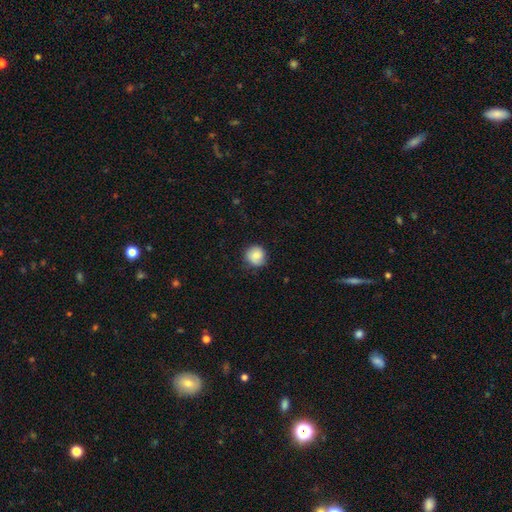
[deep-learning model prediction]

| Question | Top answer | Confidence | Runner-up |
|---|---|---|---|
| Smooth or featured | smooth | 84% | star or artifact (8%) |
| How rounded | round | 91% | in between (8%) |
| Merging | none | 80% | minor disturbance (15%) |